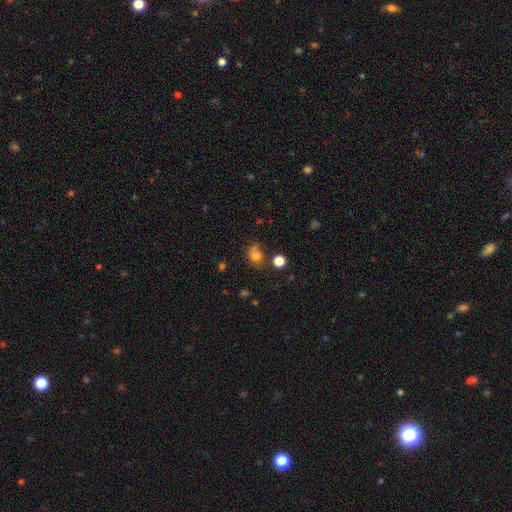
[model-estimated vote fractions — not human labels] Smooth or featured? Predicted: smooth (p=0.74). How rounded? Predicted: round (p=0.54). Merging? Predicted: none (p=0.52).